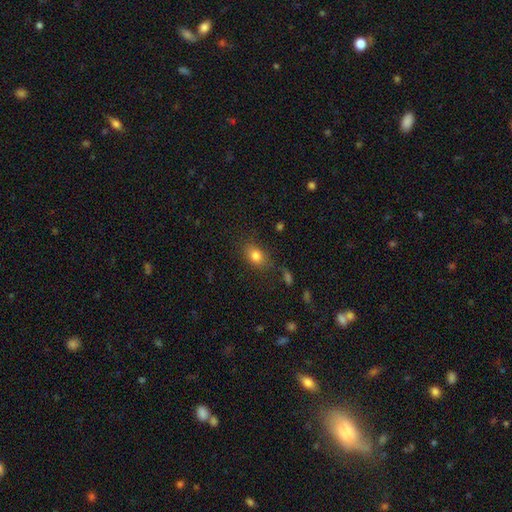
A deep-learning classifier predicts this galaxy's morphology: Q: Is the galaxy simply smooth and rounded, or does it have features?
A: smooth — 81%.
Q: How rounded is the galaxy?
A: in between — 69%.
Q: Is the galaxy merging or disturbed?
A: none — 75%.